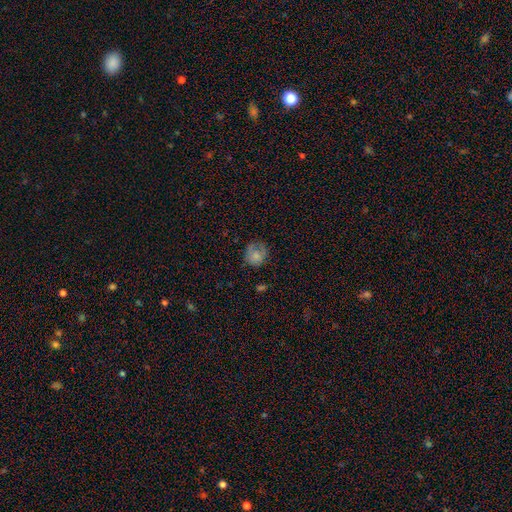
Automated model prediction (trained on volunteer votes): The model was most divided on "merging": none: 64%, minor disturbance: 24%, major disturbance: 10%, merger: 2%. More confident: how rounded — round (81%); smooth or featured — smooth (73%).